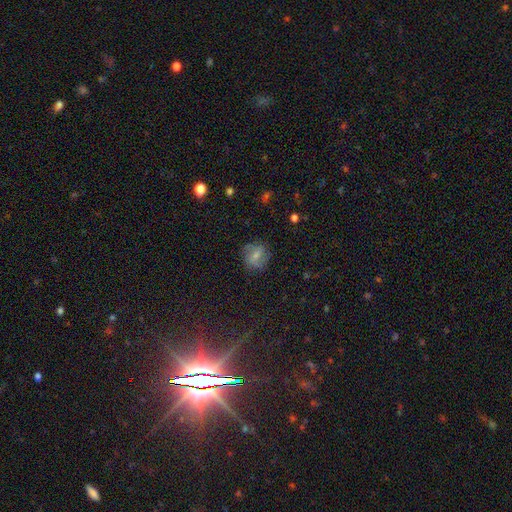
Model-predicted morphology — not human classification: This appears to be a smooth galaxy with no disk features (48%). Merging: none (78%).